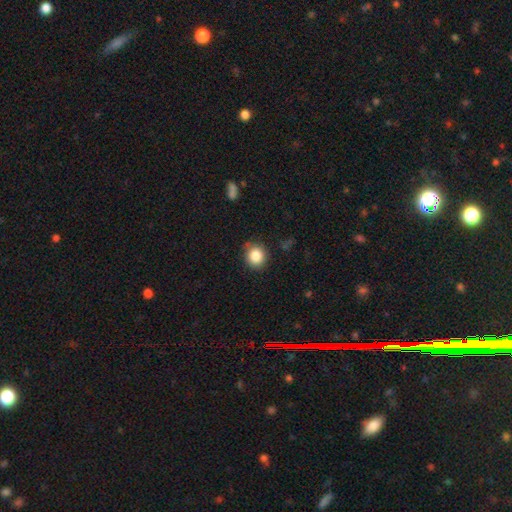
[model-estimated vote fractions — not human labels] A smooth galaxy with no disk features (85%) that is round (85%).

Vote fractions:
- Smooth or featured? smooth: 85% / star or artifact: 10% / featured or disk: 5%
- How rounded? round: 85% / in between: 14% / cigar-shaped: 1%
- Merging? none: 84% / minor disturbance: 12% / major disturbance: 3% / merger: 2%